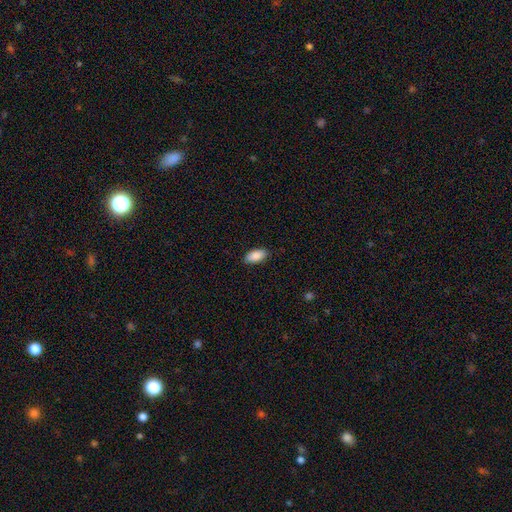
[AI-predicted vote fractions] A smooth galaxy with no disk features (90%) that is in between round and cigar-shaped (93%).

Vote fractions:
- Smooth or featured? smooth: 90% / star or artifact: 6% / featured or disk: 4%
- How rounded? in between: 93% / cigar-shaped: 5% / round: 2%
- Merging? none: 87% / minor disturbance: 10% / major disturbance: 2% / merger: 1%